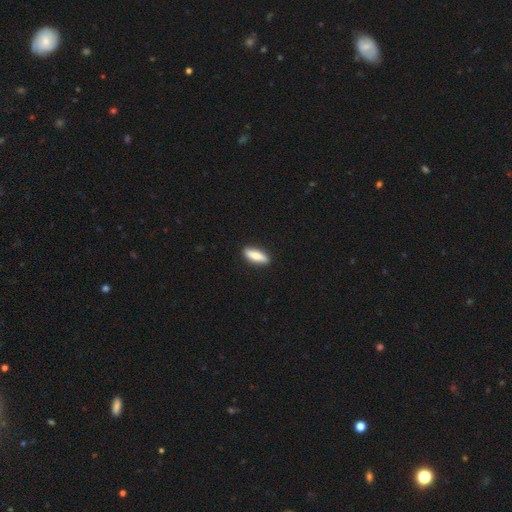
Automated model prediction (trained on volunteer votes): smooth 76%, featured or disk 19%, star or artifact 5%. Down the decision tree: how rounded — in between (52%); merging — none (90%).